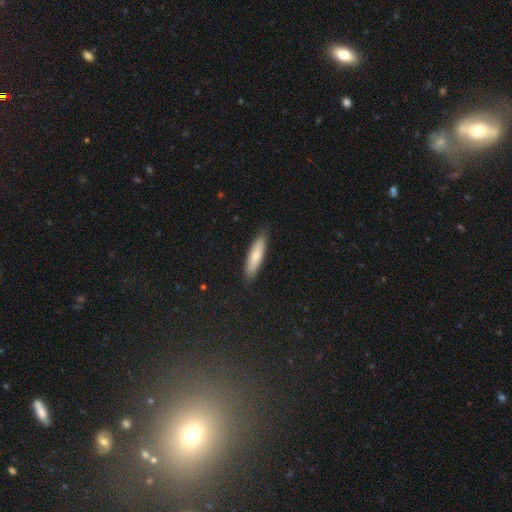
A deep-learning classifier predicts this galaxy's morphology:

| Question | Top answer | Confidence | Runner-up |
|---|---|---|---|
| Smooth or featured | smooth | 79% | featured or disk (15%) |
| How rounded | cigar-shaped | 74% | in between (24%) |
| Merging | none | 87% | minor disturbance (10%) |